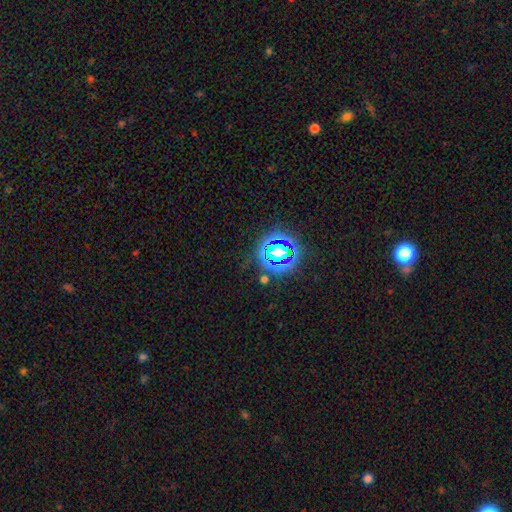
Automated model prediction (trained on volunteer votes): Q: Smooth or featured?
A: star or artifact (77%); runner-up: smooth (16%)